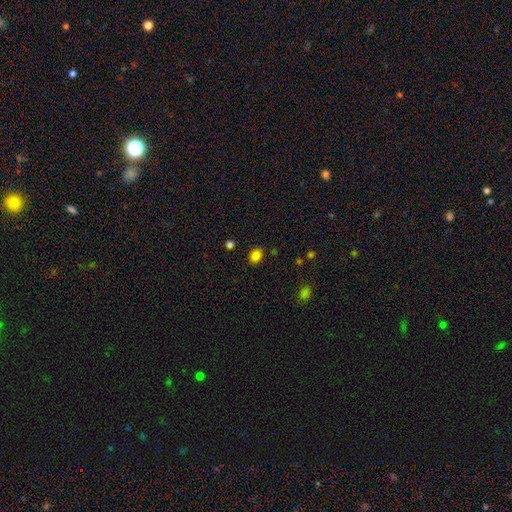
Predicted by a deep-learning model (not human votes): Smooth or featured? smooth (83%)
How rounded? in between (55%)
Merging? none (85%)